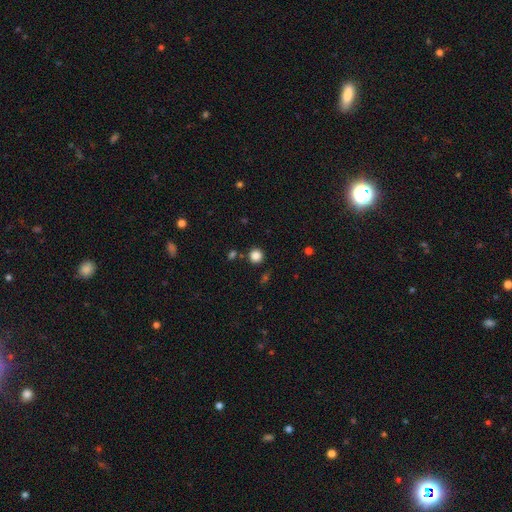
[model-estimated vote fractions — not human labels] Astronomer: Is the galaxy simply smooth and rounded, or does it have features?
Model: smooth — 84%.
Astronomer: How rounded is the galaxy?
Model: round — 94%.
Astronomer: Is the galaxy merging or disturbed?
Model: none — 87%.